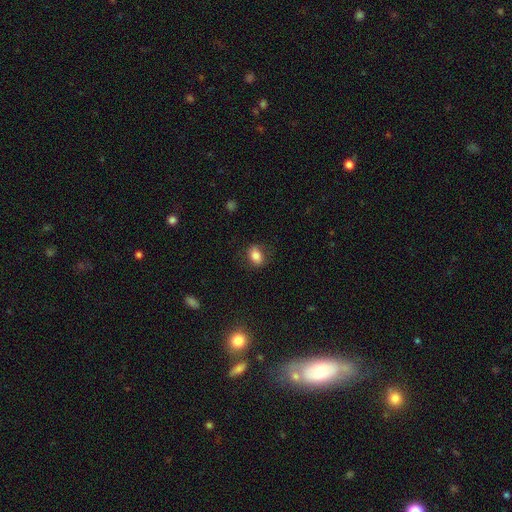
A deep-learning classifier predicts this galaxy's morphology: type=smooth (79%); roundness=in between (71%); merging=none (78%).